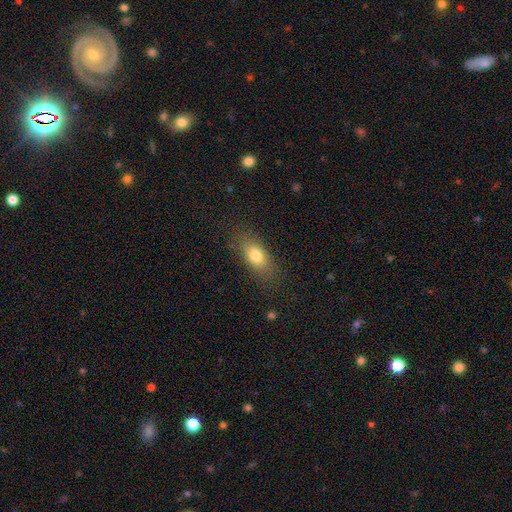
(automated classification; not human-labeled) The model was most divided on "smooth or featured": smooth: 77%, featured or disk: 14%, star or artifact: 9%. More confident: merging — none (82%); how rounded — in between (81%).